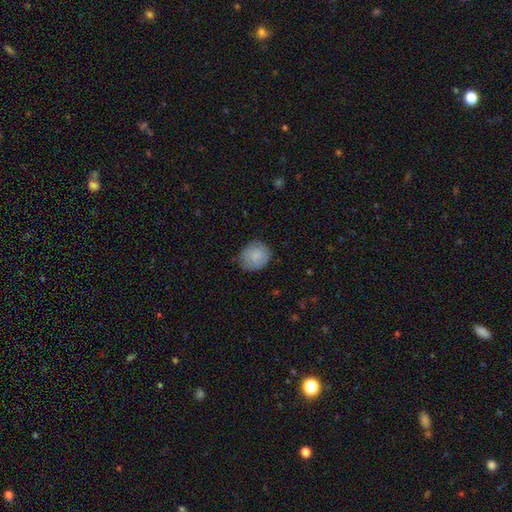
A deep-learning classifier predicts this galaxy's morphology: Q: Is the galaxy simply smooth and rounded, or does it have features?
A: smooth — 82%.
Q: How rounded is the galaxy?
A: round — 72%.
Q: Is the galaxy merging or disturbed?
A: none — 75%.